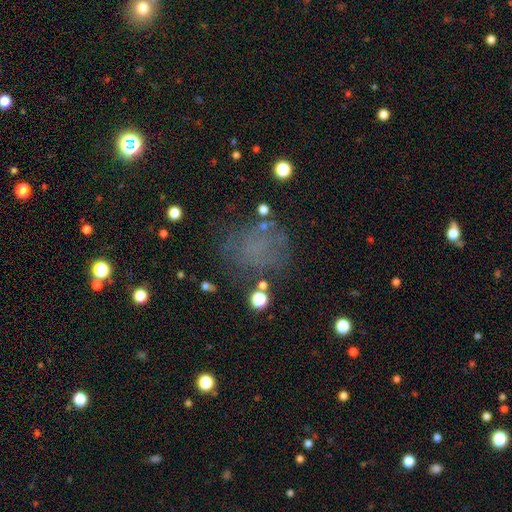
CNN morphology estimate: This appears to be a smooth galaxy with no disk features (45%). Merging: none (68%).